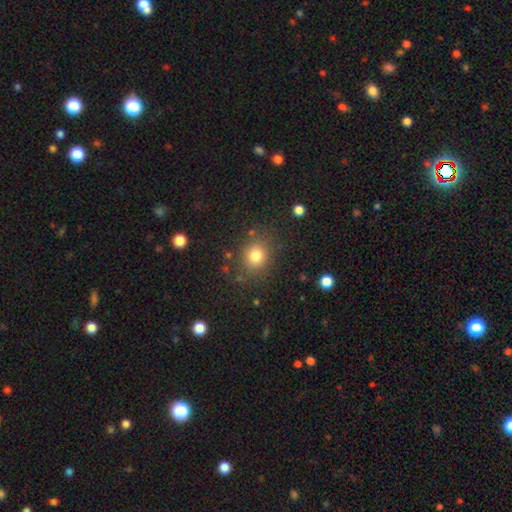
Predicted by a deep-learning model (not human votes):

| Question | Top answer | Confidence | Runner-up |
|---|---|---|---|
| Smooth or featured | smooth | 80% | star or artifact (13%) |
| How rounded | round | 74% | in between (25%) |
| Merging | none | 81% | minor disturbance (11%) |